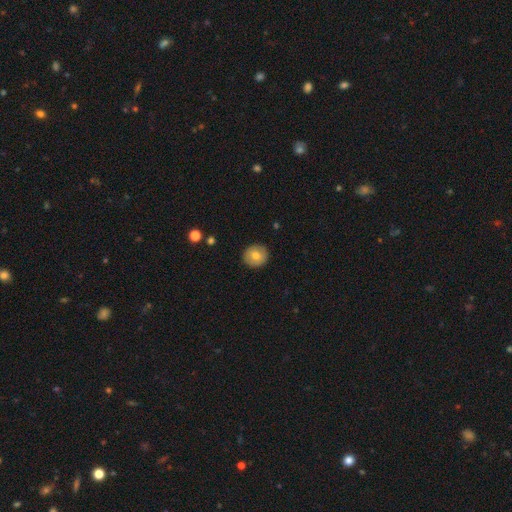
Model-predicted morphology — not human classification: Smooth or featured?
  - smooth: 73% *
  - featured or disk: 18%
  - star or artifact: 8%
How rounded?
  - round: 92% *
  - in between: 7%
  - cigar-shaped: 1%
Merging?
  - none: 90% *
  - minor disturbance: 7%
  - major disturbance: 2%
  - merger: 1%